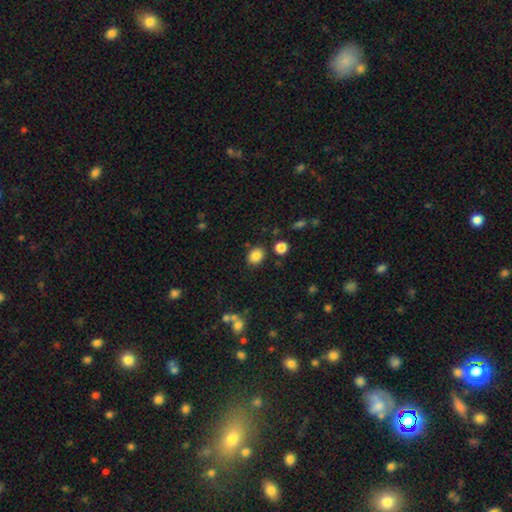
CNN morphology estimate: Smooth or featured? Predicted: smooth (p=0.85). How rounded? Predicted: round (p=0.54). Merging? Predicted: none (p=0.82).